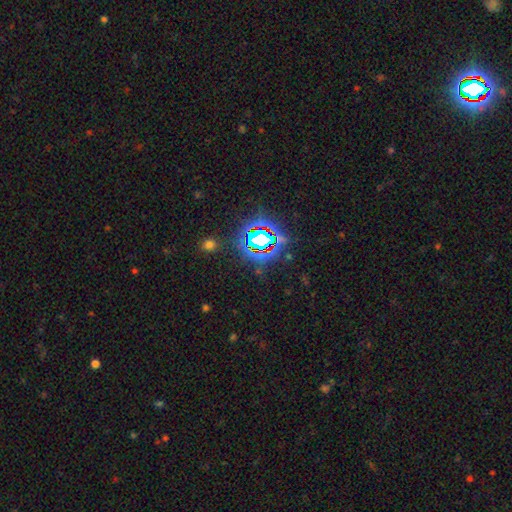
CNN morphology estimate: Smooth or featured?
  - star or artifact: 81% *
  - smooth: 12%
  - featured or disk: 8%